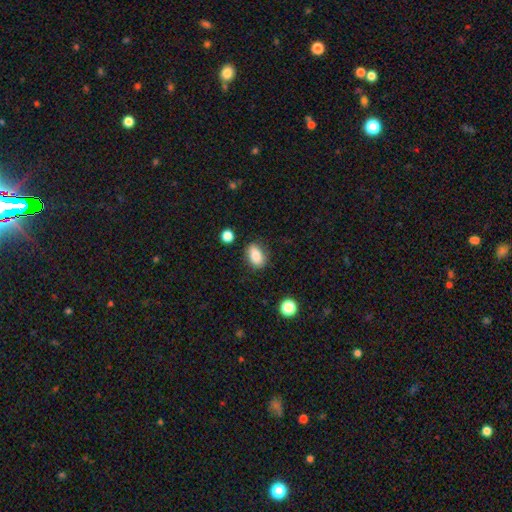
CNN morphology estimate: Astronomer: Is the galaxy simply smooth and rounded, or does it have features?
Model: smooth — 82%.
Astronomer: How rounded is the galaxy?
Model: in between — 82%.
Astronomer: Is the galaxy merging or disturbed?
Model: none — 80%.